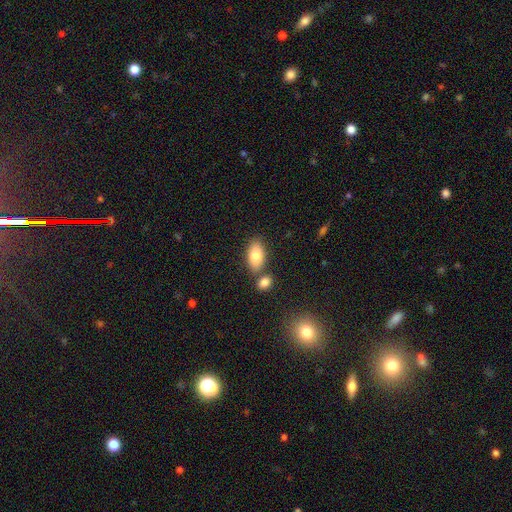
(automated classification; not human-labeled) Q: Smooth or featured?
A: smooth (81%); runner-up: featured or disk (12%)
Q: How rounded?
A: in between (91%); runner-up: round (5%)
Q: Merging?
A: none (69%); runner-up: merger (18%)